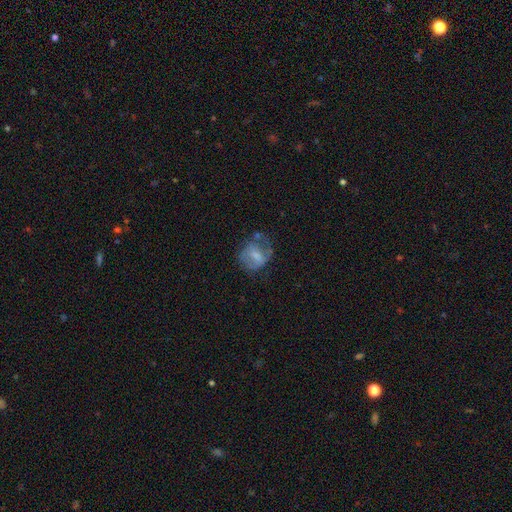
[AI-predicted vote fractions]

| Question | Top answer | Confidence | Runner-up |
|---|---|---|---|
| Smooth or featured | smooth | 48% | featured or disk (43%) |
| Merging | none | 40% | major disturbance (29%) |